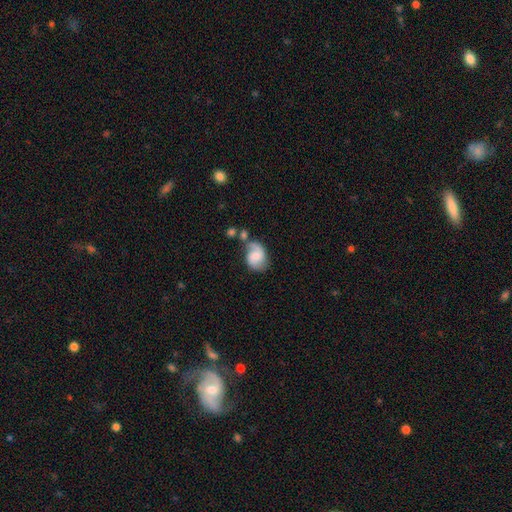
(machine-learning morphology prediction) type=featured or disk (58%); edge-on=no (98%); bar=no (47%); spiral arms=yes (91%); winding=medium (42%, tied with loose); arm count=2 (81%); bulge=small (31%); merging=none (46%).